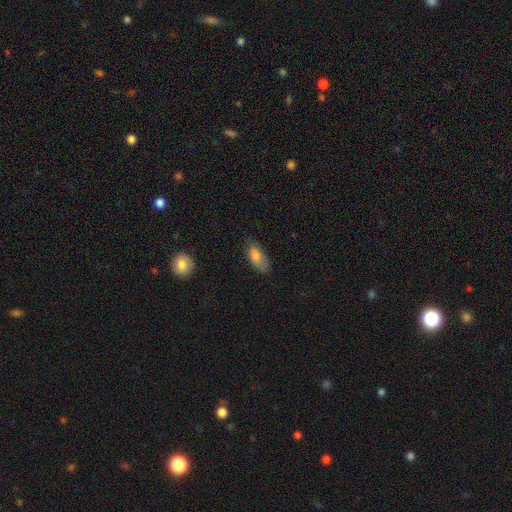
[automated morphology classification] Smooth or featured? Predicted: smooth (p=0.79). How rounded? Predicted: in between (p=0.90). Merging? Predicted: none (p=0.63).